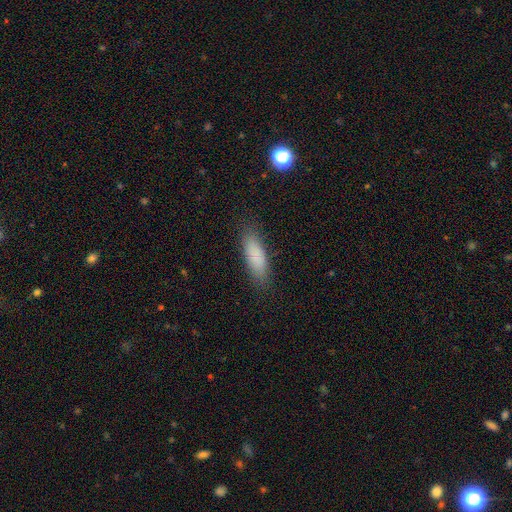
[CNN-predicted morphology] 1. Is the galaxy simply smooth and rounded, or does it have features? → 86% smooth, 7% star or artifact, 7% featured or disk.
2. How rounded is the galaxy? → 53% in between, 45% cigar-shaped, 2% round.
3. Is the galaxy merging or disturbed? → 85% none, 11% minor disturbance, 3% major disturbance, 1% merger.